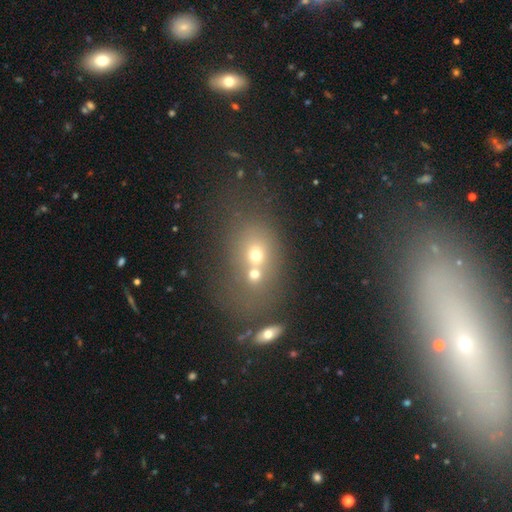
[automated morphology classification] smooth-or-featured: smooth: 48% | star or artifact: 30% | featured or disk: 21%
  merging: merger: 51% | none: 33% | minor disturbance: 9% | major disturbance: 7%